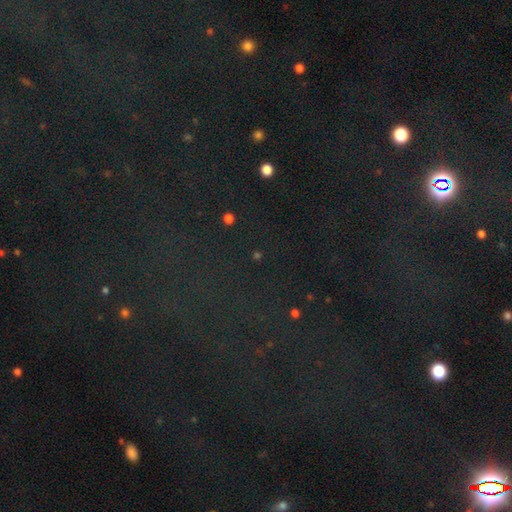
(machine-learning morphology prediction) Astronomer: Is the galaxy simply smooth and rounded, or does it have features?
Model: star or artifact — 78%.